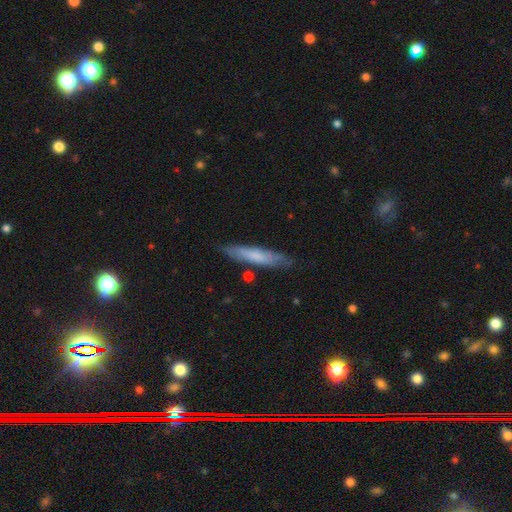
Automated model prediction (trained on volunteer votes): The model was most divided on "smooth or featured": smooth: 62%, featured or disk: 32%, star or artifact: 6%. More confident: how rounded — cigar-shaped (85%); merging — none (78%).